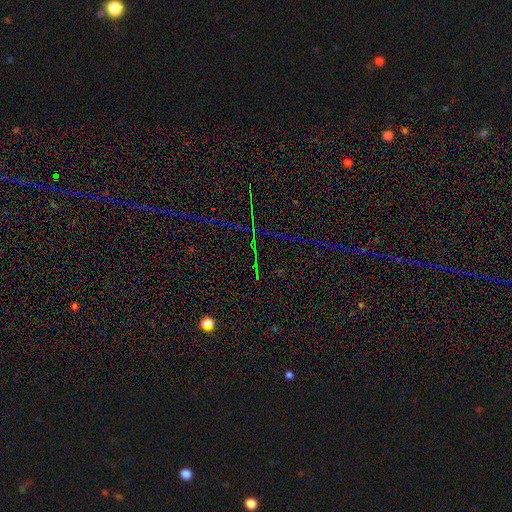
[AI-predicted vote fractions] Morphology: type=star or artifact (79%).